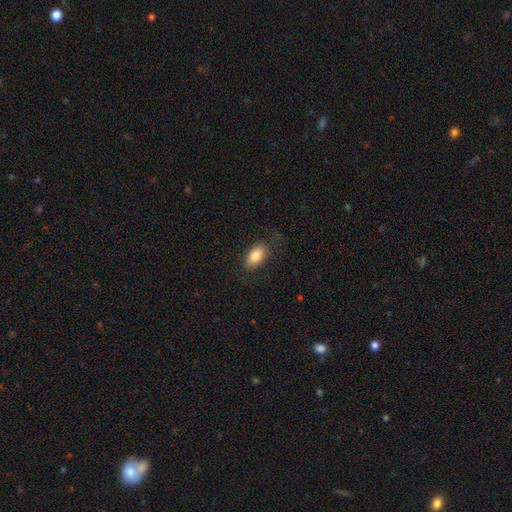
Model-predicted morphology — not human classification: type=smooth (83%); roundness=in between (91%); merging=none (78%).